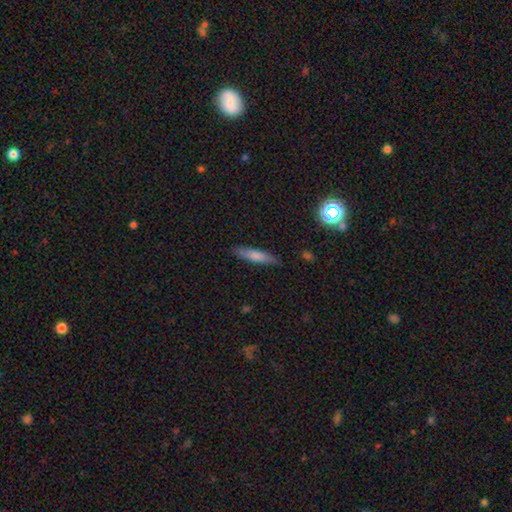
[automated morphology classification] Q: Smooth or featured?
A: smooth (74%); runner-up: featured or disk (19%)
Q: How rounded?
A: cigar-shaped (79%); runner-up: in between (19%)
Q: Merging?
A: none (83%); runner-up: minor disturbance (13%)